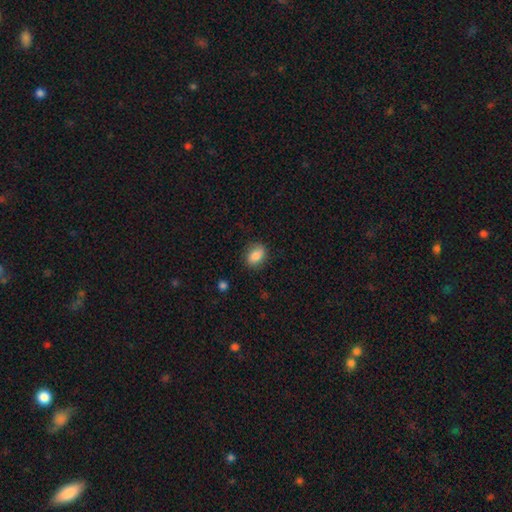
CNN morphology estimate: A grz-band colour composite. It shows a smooth galaxy with no disk features (81%) that is in between round and cigar-shaped (75%). Merging: none (79%).